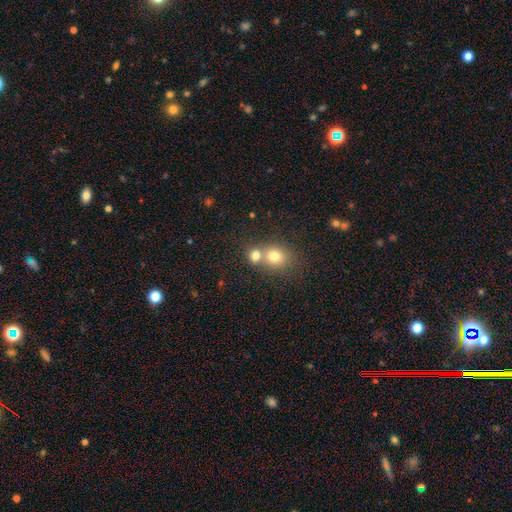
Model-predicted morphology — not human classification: The model was most divided on "merging": merger: 55%, none: 36%, minor disturbance: 6%, major disturbance: 3%. More confident: smooth or featured — smooth (77%); how rounded — round (74%).